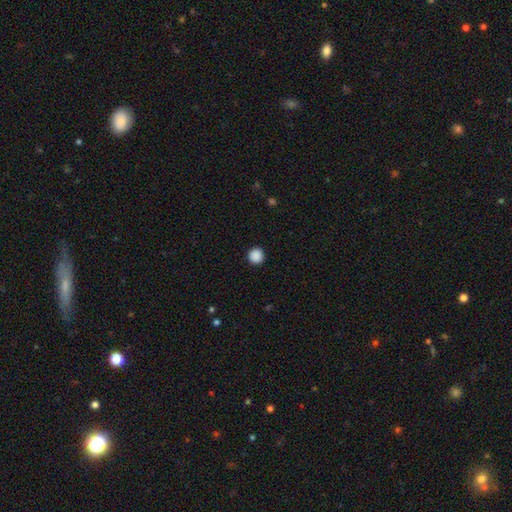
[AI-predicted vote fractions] The model was most divided on "smooth or featured": smooth: 89%, star or artifact: 9%, featured or disk: 2%. More confident: how rounded — round (95%); merging — none (93%).